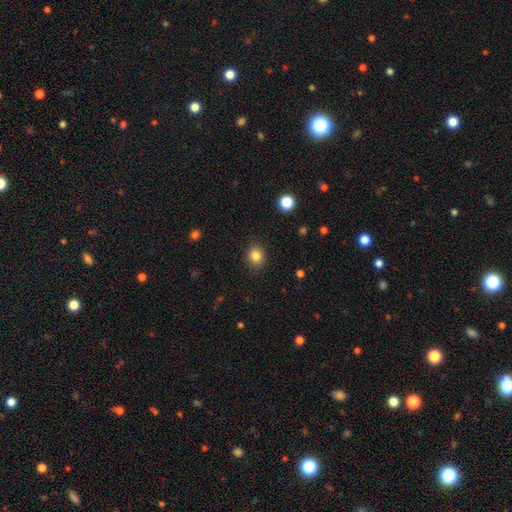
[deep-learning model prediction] Q: Smooth or featured?
A: smooth (84%); runner-up: star or artifact (11%)
Q: How rounded?
A: round (75%); runner-up: in between (24%)
Q: Merging?
A: none (89%); runner-up: minor disturbance (8%)